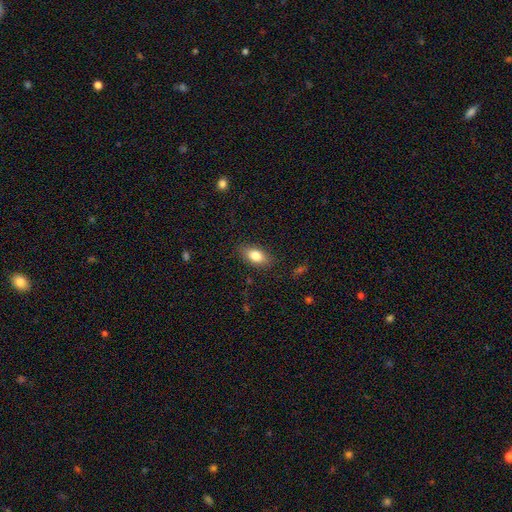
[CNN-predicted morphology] Smooth or featured? smooth (81%)
How rounded? in between (88%)
Merging? none (85%)